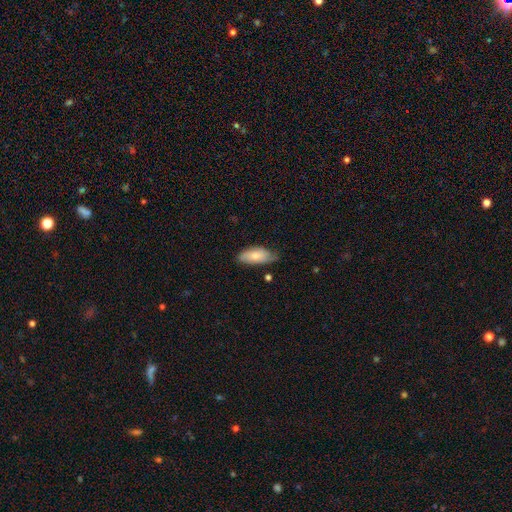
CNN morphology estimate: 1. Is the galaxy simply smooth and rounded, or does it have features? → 70% smooth, 24% featured or disk, 6% star or artifact.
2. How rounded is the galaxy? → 87% in between, 11% cigar-shaped, 2% round.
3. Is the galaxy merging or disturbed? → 57% none, 35% minor disturbance, 6% major disturbance, 2% merger.